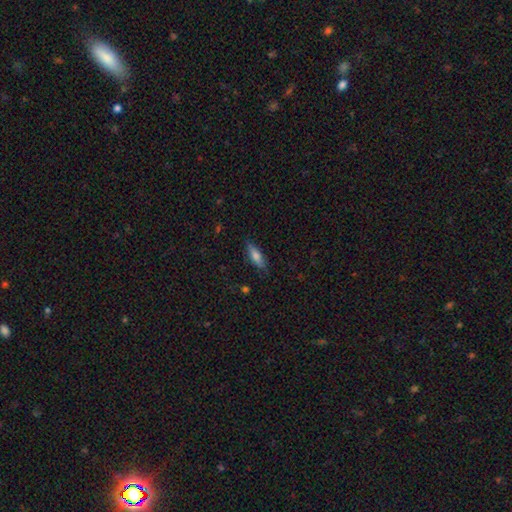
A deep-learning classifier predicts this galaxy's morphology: smooth-or-featured: smooth: 70% | featured or disk: 23% | star or artifact: 7%
  how-rounded: in between: 52% | cigar-shaped: 46% | round: 2%
  merging: none: 81% | minor disturbance: 15% | major disturbance: 3% | merger: 1%